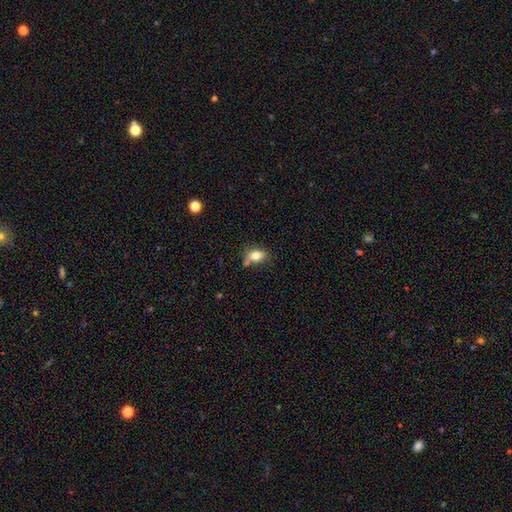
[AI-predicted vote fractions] Smooth or featured? Predicted: smooth (p=0.79). How rounded? Predicted: in between (p=0.78). Merging? Predicted: none (p=0.50).